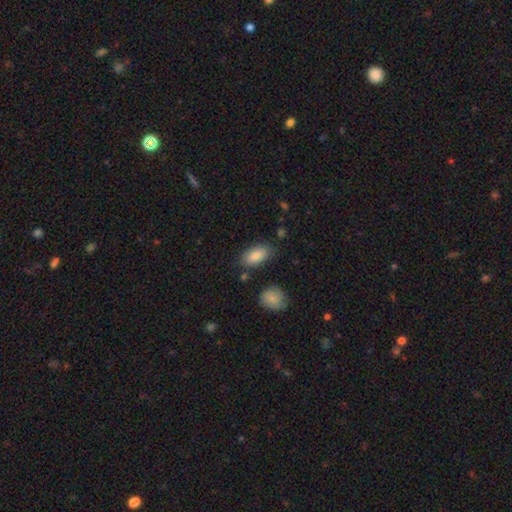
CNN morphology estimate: A smooth galaxy with no disk features (85%) that is in between round and cigar-shaped (91%). Merging: none (79%).